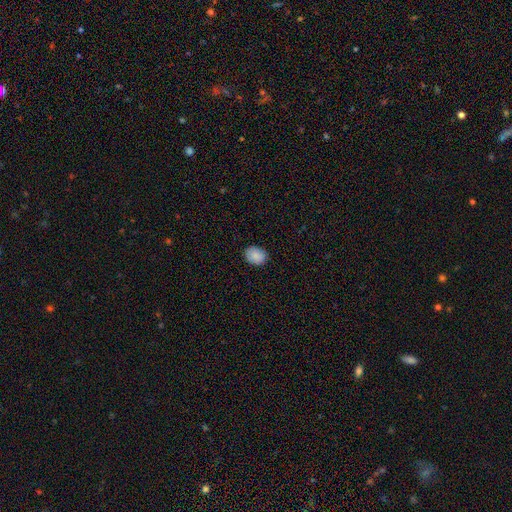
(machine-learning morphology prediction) A smooth galaxy with no disk features (87%) that is in between round and cigar-shaped (59%).

Vote fractions:
- Smooth or featured? smooth: 87% / star or artifact: 7% / featured or disk: 5%
- How rounded? in between: 59% / round: 40% / cigar-shaped: 1%
- Merging? none: 87% / minor disturbance: 10% / major disturbance: 2% / merger: 1%